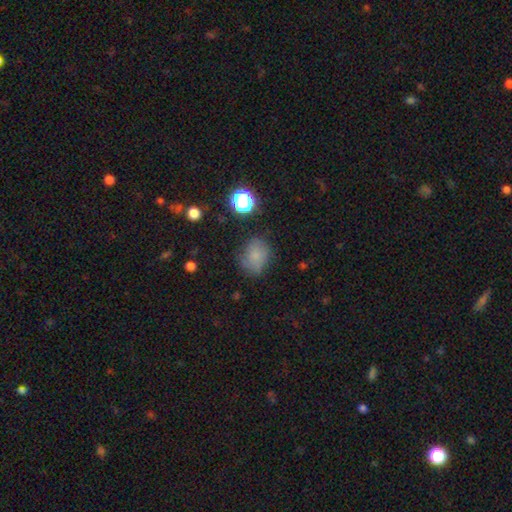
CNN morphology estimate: This is likely a smooth galaxy (74%). How rounded: possibly round (53%). Merging: likely none (65%).